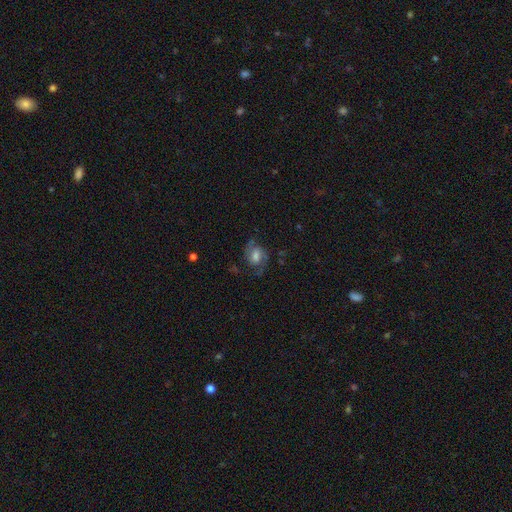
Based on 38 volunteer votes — Morphology: type=featured or disk (87%); edge-on=no (100%); bar=weak (52%); spiral arms=yes (100%); winding=medium (52%); arm count=2 (97%); bulge=moderate (55%); merging=none (67%).